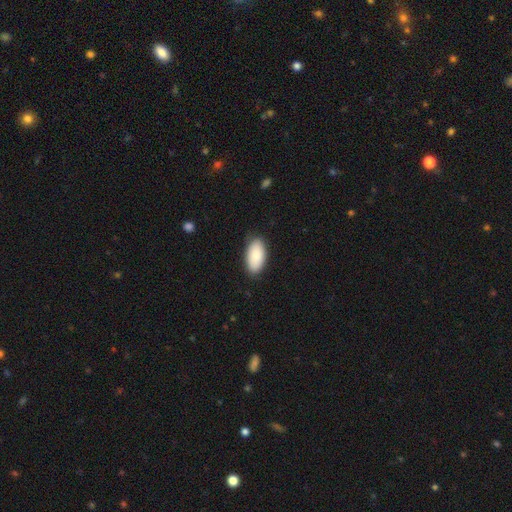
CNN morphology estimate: A smooth galaxy with no disk features (88%) that is in between round and cigar-shaped (95%). Merging: none (86%).